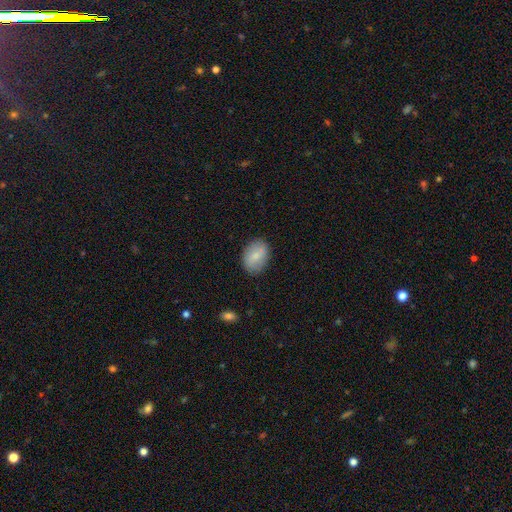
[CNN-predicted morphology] A smooth galaxy with no disk features (79%) that is in between round and cigar-shaped (78%).

Vote fractions:
- Smooth or featured? smooth: 79% / featured or disk: 14% / star or artifact: 7%
- How rounded? in between: 78% / round: 21% / cigar-shaped: 1%
- Merging? none: 79% / minor disturbance: 15% / merger: 4% / major disturbance: 3%